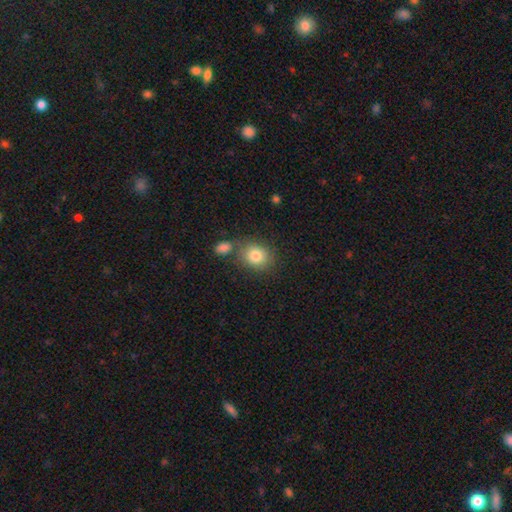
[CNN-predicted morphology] This appears to be a smooth galaxy with no disk features (82%) that is round (66%). Merging: none (68%).